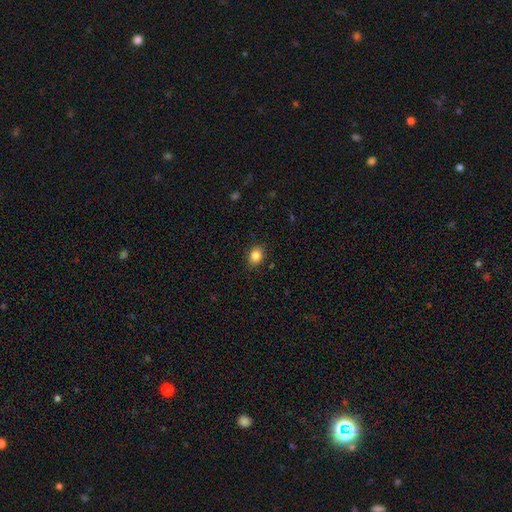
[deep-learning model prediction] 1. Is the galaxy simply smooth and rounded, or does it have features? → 85% smooth, 10% star or artifact, 5% featured or disk.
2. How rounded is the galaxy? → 56% in between, 43% round, 1% cigar-shaped.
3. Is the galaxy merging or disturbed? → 87% none, 10% minor disturbance, 2% major disturbance, 1% merger.